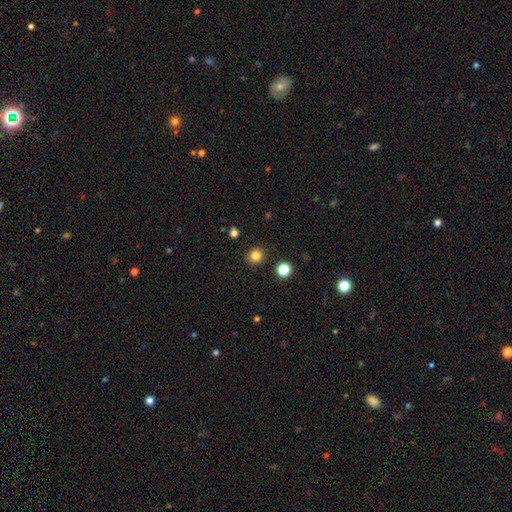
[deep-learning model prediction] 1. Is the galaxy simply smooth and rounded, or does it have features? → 82% smooth, 13% star or artifact, 5% featured or disk.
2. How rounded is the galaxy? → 93% round, 6% in between, 1% cigar-shaped.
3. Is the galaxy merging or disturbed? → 91% none, 5% minor disturbance, 2% major disturbance, 2% merger.